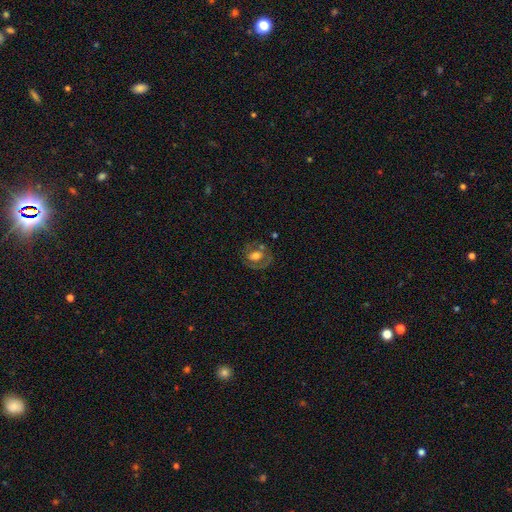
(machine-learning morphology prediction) Overall: featured or disk (48%; smooth 43%). Merging: none (63%).